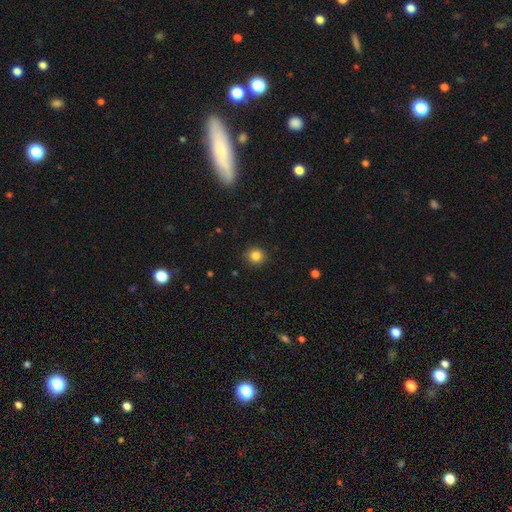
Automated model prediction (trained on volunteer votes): This appears to be a smooth galaxy with no disk features (84%) that is round (90%). Merging: none (91%).